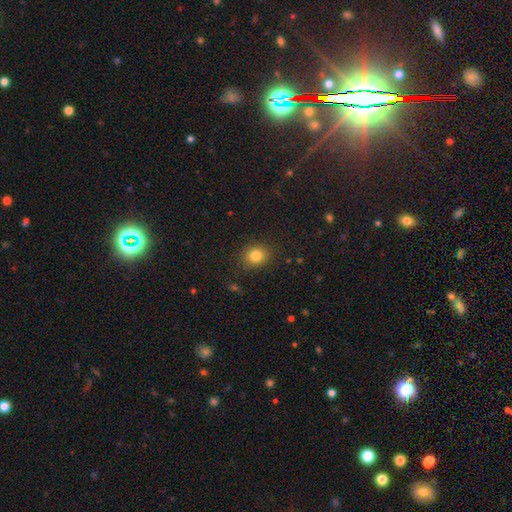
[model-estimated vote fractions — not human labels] A smooth galaxy with no disk features (82%) that is round (69%).

Vote fractions:
- Smooth or featured? smooth: 82% / star or artifact: 12% / featured or disk: 6%
- How rounded? round: 69% / in between: 31% / cigar-shaped: 1%
- Merging? none: 86% / minor disturbance: 10% / major disturbance: 3% / merger: 1%